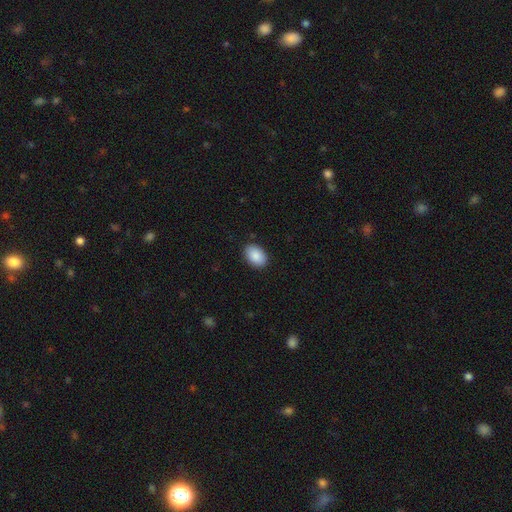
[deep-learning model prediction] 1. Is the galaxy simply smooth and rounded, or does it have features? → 90% smooth, 7% star or artifact, 4% featured or disk.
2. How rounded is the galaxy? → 86% in between, 13% round, 1% cigar-shaped.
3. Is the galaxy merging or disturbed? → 89% none, 8% minor disturbance, 2% major disturbance, 1% merger.